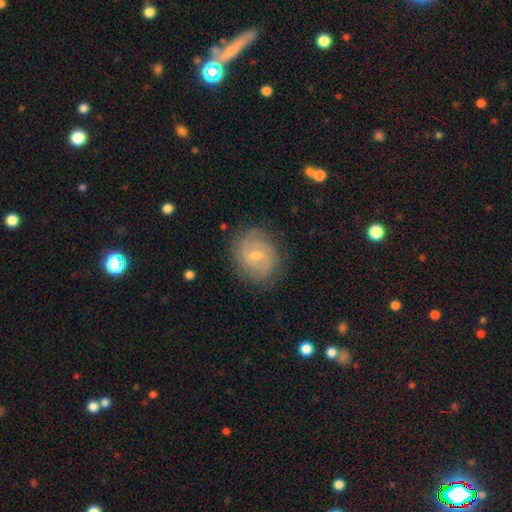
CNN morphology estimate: Smooth or featured? Predicted: featured or disk (p=0.72). Edge-on disk? Predicted: no (p=0.97). Bar? Predicted: weak (p=0.56). Spiral arms? Predicted: yes (p=0.89). Spiral winding? Predicted: tight (p=0.48). Spiral arm count? Predicted: 2 (p=0.53). Bulge size? Predicted: moderate (p=0.49). Merging? Predicted: none (p=0.79).